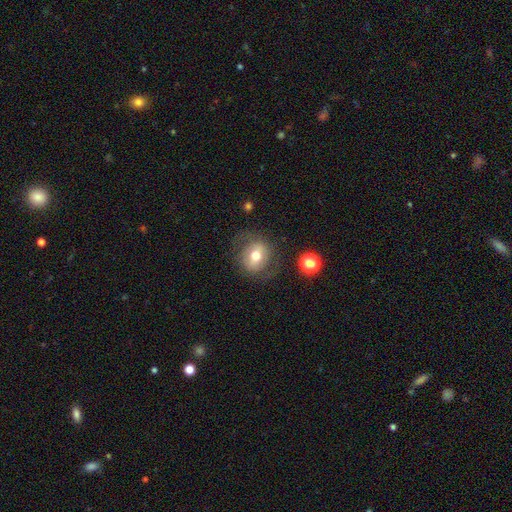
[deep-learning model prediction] A smooth galaxy with no disk features (56%) that is round (65%). Merging: none (72%).